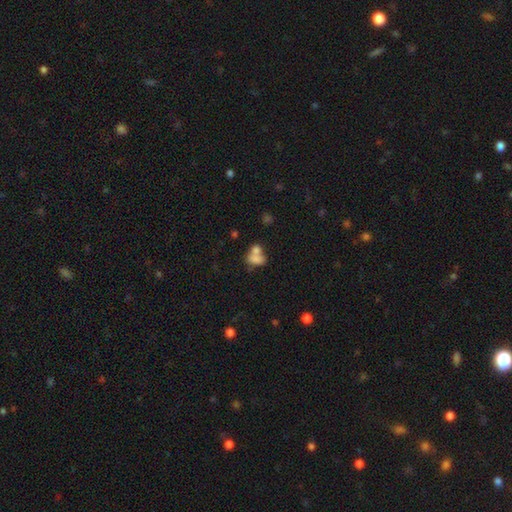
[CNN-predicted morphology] This appears to be a smooth galaxy with no disk features (74%) that is in between round and cigar-shaped (70%). Merging: merger (62%).